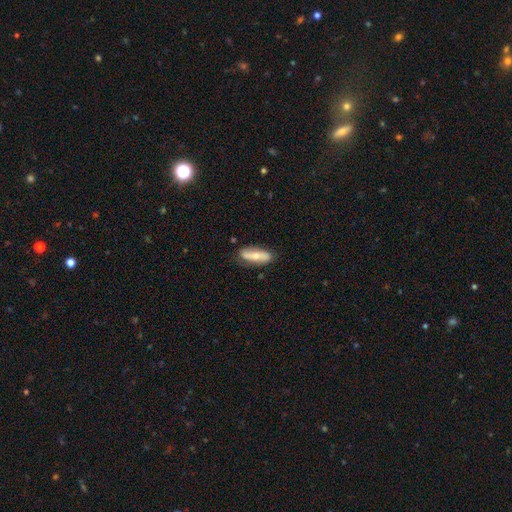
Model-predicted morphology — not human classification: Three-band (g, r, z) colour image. It shows a smooth galaxy with no disk features (51%) that is in between round and cigar-shaped (56%). Merging: none (81%).